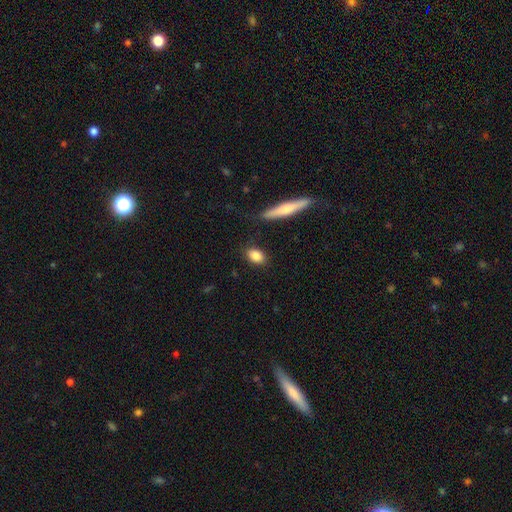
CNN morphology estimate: Smooth or featured: smooth — 85% (featured or disk — 8%)
How rounded: in between — 79% (round — 16%)
Merging: none — 85% (minor disturbance — 10%)